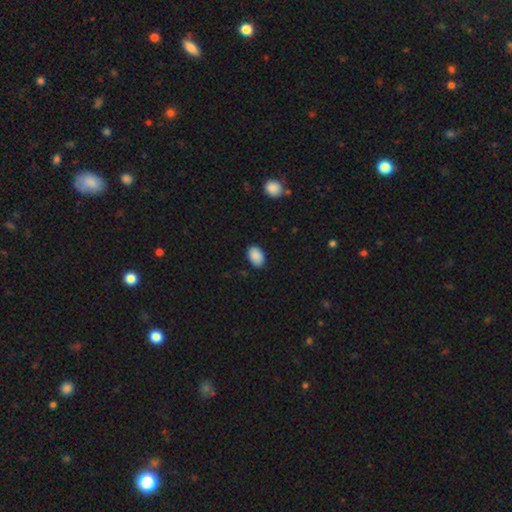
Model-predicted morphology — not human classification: Smooth or featured: smooth — 89% (star or artifact — 7%)
How rounded: in between — 87% (round — 12%)
Merging: none — 86% (minor disturbance — 11%)